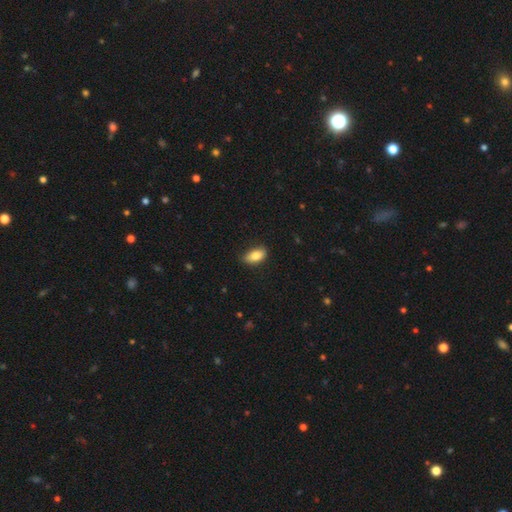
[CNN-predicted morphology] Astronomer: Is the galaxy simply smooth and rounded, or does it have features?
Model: smooth — 83%.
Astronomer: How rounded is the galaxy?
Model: in between — 90%.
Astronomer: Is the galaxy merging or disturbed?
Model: none — 78%.